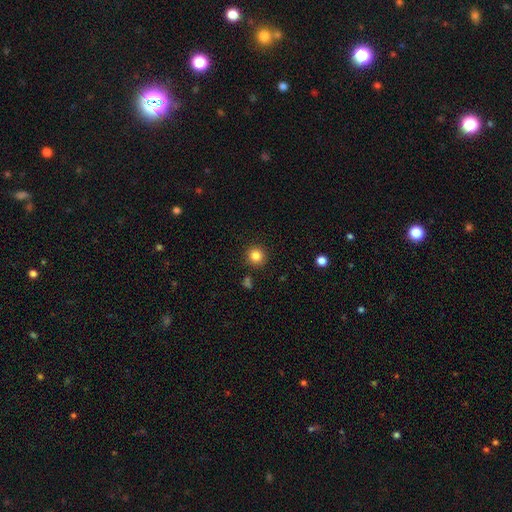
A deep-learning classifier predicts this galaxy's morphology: Smooth or featured? smooth (84%)
How rounded? round (94%)
Merging? none (90%)